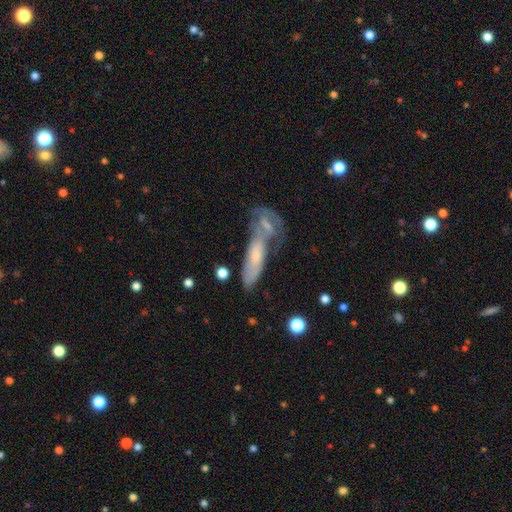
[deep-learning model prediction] Overall: featured or disk (47%; smooth 44%). Merging: merger (52%; none 28%).